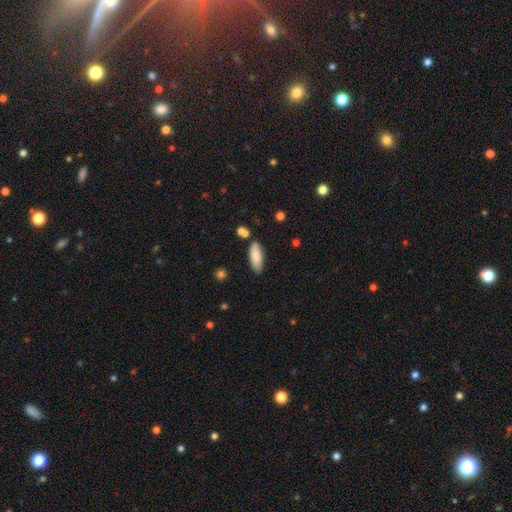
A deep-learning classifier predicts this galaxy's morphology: This is clearly a smooth galaxy (85%). How rounded: likely in between (72%). Merging: likely none (79%).